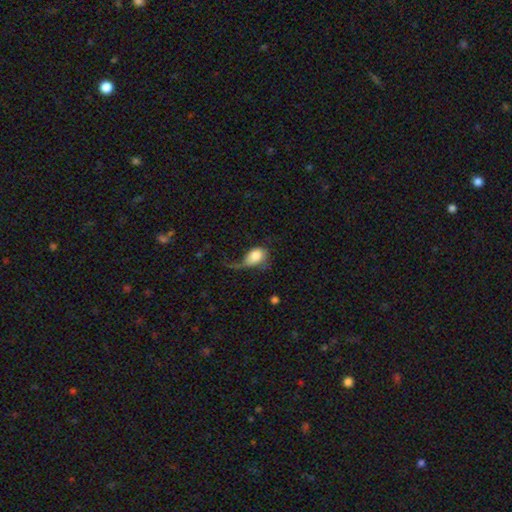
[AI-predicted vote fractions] This is likely a smooth galaxy (73%). How rounded: likely in between (74%). Merging: possibly major disturbance (48%).